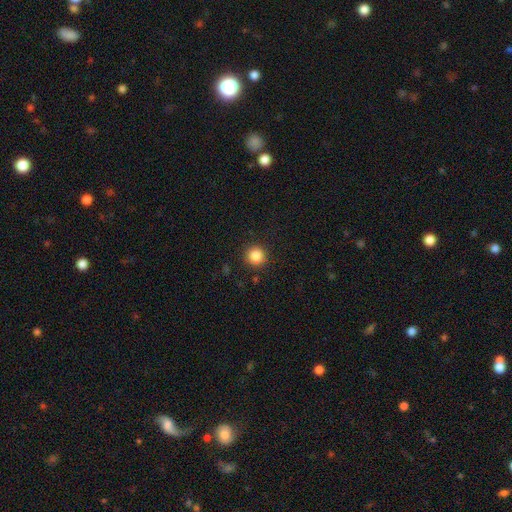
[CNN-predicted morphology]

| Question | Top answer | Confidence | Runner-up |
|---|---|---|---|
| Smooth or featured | smooth | 86% | star or artifact (10%) |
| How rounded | round | 94% | in between (5%) |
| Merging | none | 91% | minor disturbance (6%) |